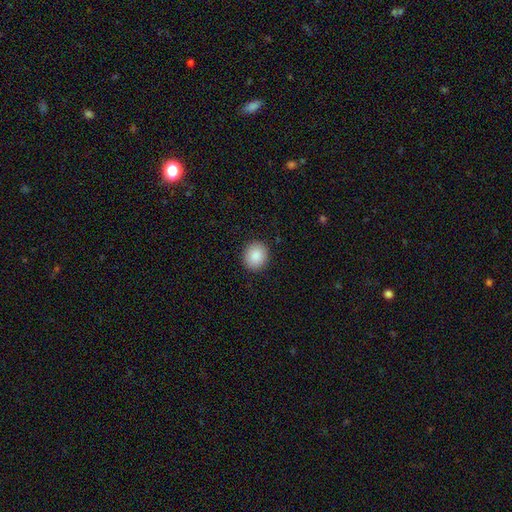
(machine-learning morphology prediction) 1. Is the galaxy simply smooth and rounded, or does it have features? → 88% smooth, 7% star or artifact, 4% featured or disk.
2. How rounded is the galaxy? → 82% round, 17% in between, 1% cigar-shaped.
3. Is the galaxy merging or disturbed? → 91% none, 6% minor disturbance, 2% major disturbance, 1% merger.